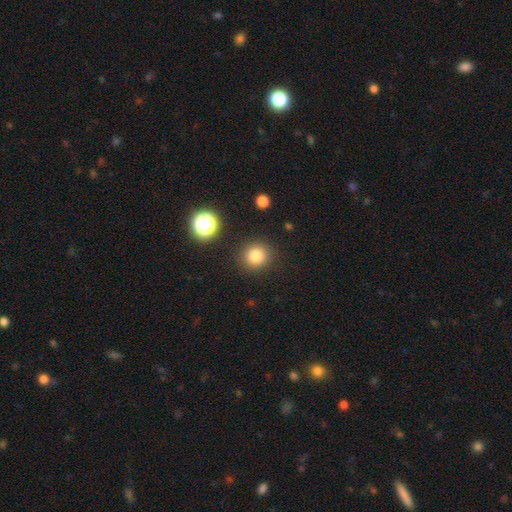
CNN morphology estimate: Smooth or featured? smooth (82%)
How rounded? round (91%)
Merging? none (89%)